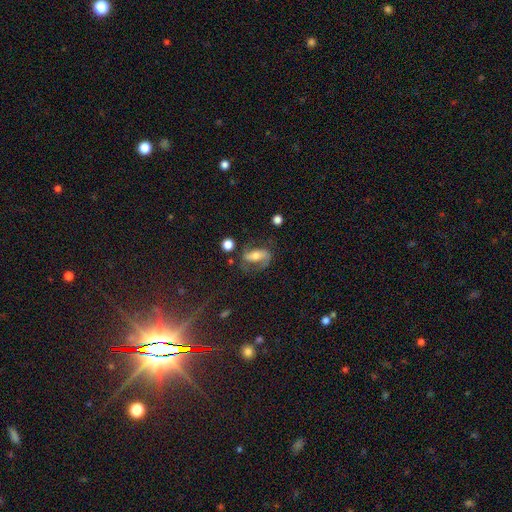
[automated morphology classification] A featured or disk galaxy (62%) with a strong bar (39%), spiral arms (83%) and a moderate central bulge (58%). Merging: none (55%).